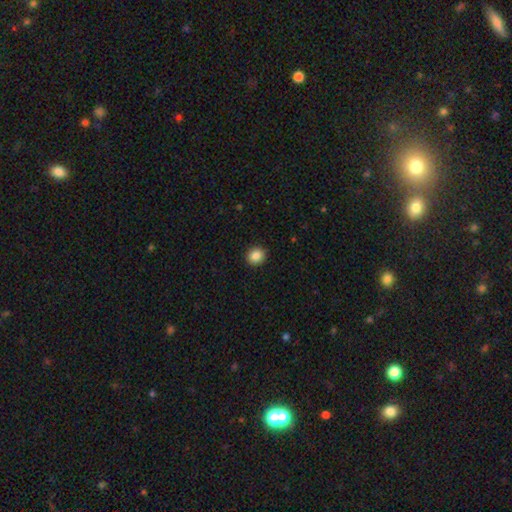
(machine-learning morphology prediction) Smooth or featured?
  - smooth: 86% *
  - star or artifact: 10%
  - featured or disk: 4%
How rounded?
  - round: 84% *
  - in between: 15%
  - cigar-shaped: 1%
Merging?
  - none: 93% *
  - minor disturbance: 5%
  - major disturbance: 2%
  - merger: 1%